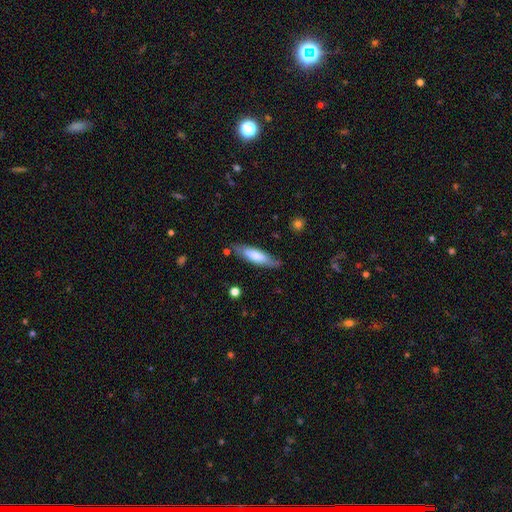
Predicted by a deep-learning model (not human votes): Smooth or featured?
  - smooth: 65% *
  - featured or disk: 29%
  - star or artifact: 6%
How rounded?
  - cigar-shaped: 66% *
  - in between: 33%
  - round: 1%
Merging?
  - none: 79% *
  - minor disturbance: 15%
  - major disturbance: 3%
  - merger: 2%